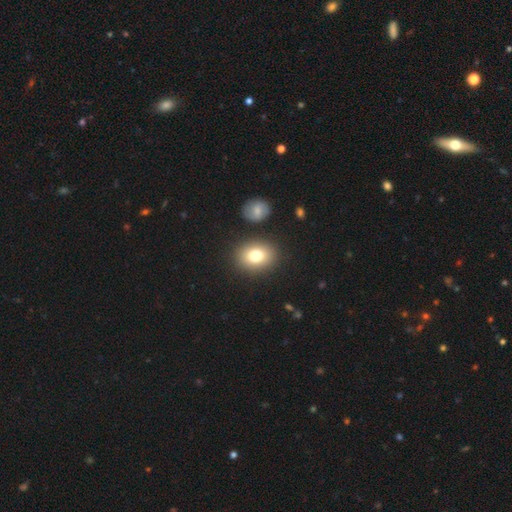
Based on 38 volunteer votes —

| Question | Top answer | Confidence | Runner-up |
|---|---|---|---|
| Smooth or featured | smooth | 79% | featured or disk (13%) |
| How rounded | in between | 53% | round (47%) |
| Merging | none | 80% | minor disturbance (17%) |